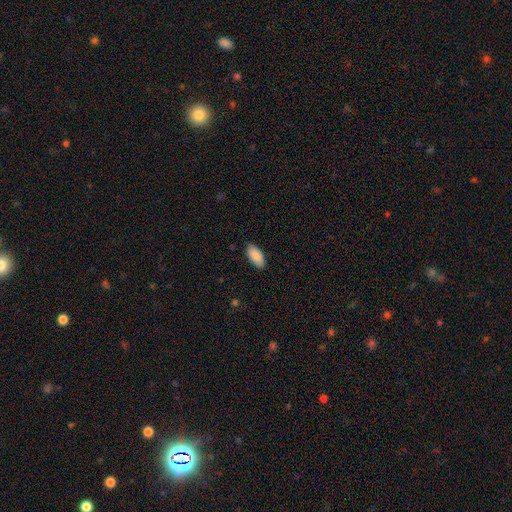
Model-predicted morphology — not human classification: Smooth or featured? smooth (89%)
How rounded? in between (94%)
Merging? none (87%)